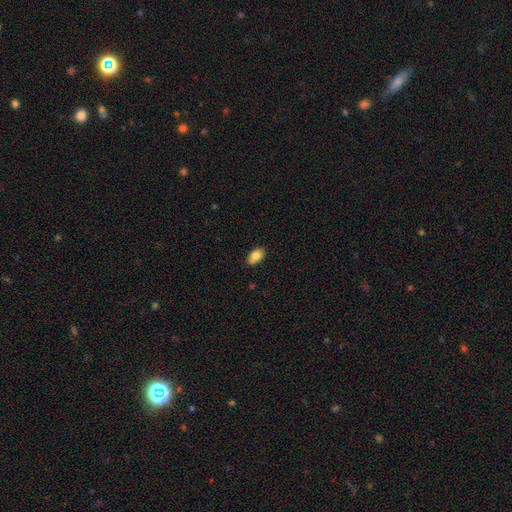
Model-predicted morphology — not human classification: smooth-or-featured: smooth: 80% | featured or disk: 12% | star or artifact: 8%
  how-rounded: in between: 89% | round: 8% | cigar-shaped: 3%
  merging: none: 73% | minor disturbance: 18% | merger: 6% | major disturbance: 3%